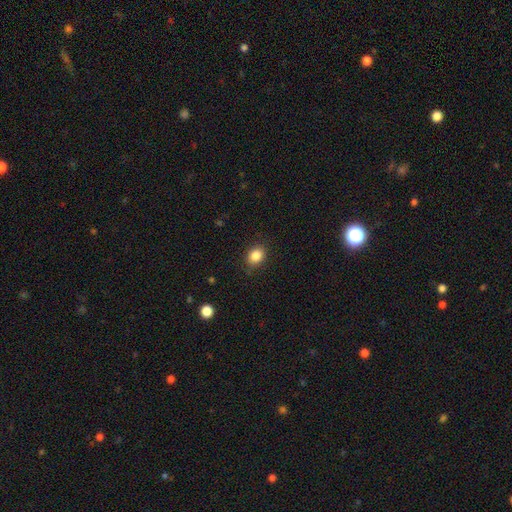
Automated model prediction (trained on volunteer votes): Overall: smooth (86%). How rounded: in between (58%; round 41%). Merging: none (86%).